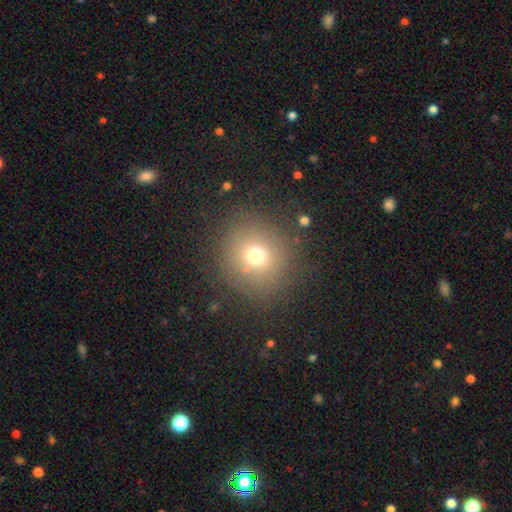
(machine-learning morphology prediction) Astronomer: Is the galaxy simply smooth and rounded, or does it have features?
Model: smooth — 70%.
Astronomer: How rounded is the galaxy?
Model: round — 88%.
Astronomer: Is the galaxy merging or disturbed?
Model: none — 84%.